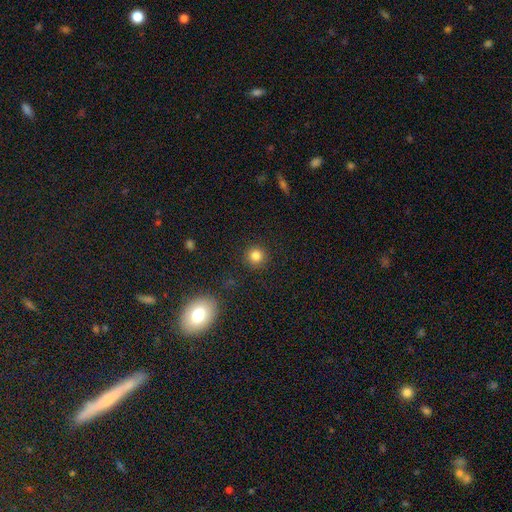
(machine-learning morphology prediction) The model was most divided on "smooth or featured": smooth: 82%, star or artifact: 13%, featured or disk: 5%. More confident: how rounded — round (94%); merging — none (91%).